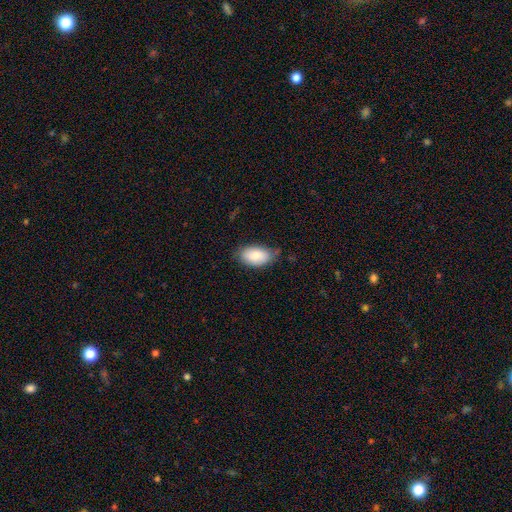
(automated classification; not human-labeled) Smooth or featured?
  - smooth: 84% *
  - featured or disk: 10%
  - star or artifact: 6%
How rounded?
  - in between: 94% *
  - round: 4%
  - cigar-shaped: 2%
Merging?
  - none: 61% *
  - minor disturbance: 32%
  - major disturbance: 6%
  - merger: 2%